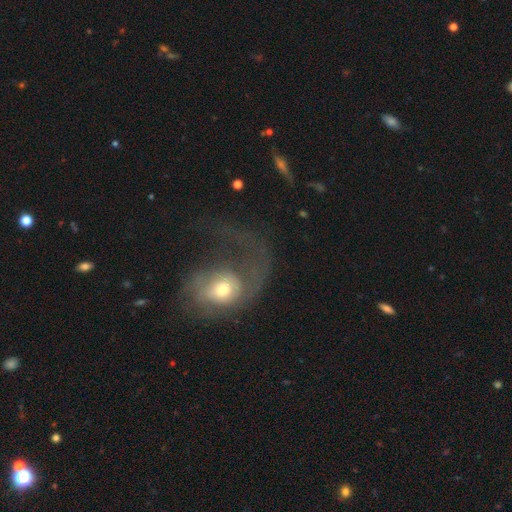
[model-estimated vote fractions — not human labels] Morphology: type=featured or disk (61%); edge-on=no (96%); bar=no (72%); spiral arms=yes (71%); bulge=moderate (63%); merging=major disturbance (57%).